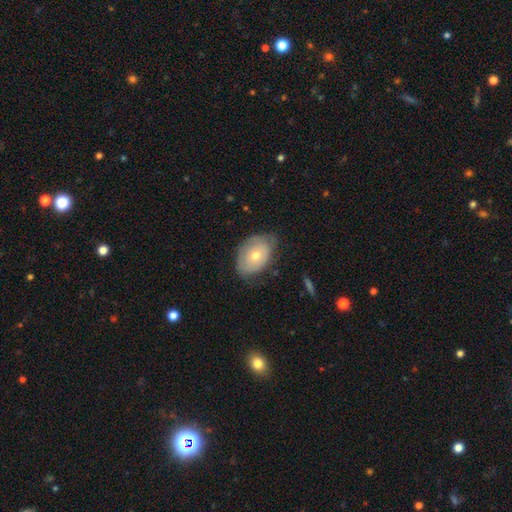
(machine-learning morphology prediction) This is possibly a smooth galaxy (55%). How rounded: clearly in between (80%). Merging: possibly none (60%).